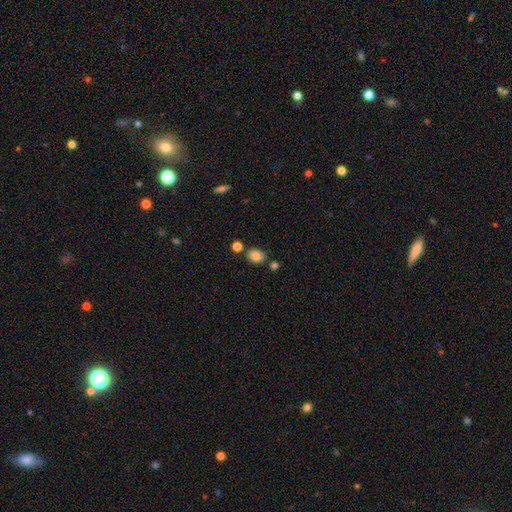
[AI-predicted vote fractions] smooth-or-featured: smooth: 81% | star or artifact: 11% | featured or disk: 8%
  how-rounded: round: 52% | in between: 47% | cigar-shaped: 1%
  merging: none: 74% | minor disturbance: 13% | merger: 9% | major disturbance: 3%